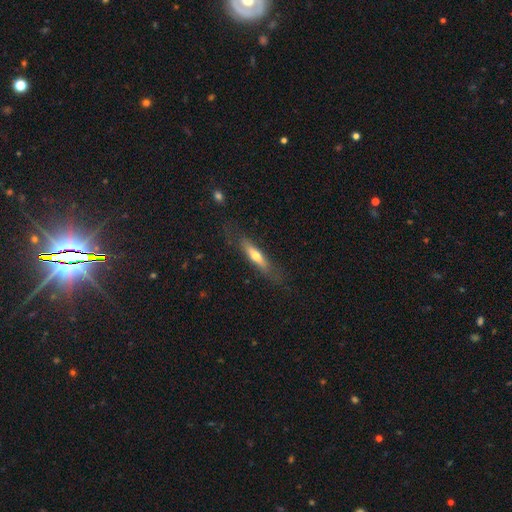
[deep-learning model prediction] A smooth galaxy with no disk features (52%) that is cigar-shaped (79%). Merging: none (76%).